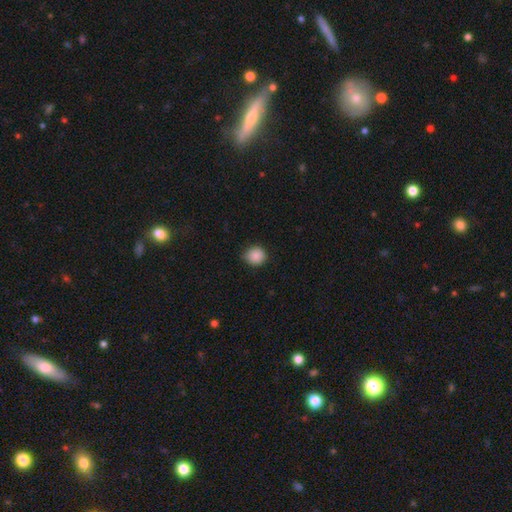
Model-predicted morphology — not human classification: Q: Smooth or featured?
A: smooth (87%); runner-up: star or artifact (9%)
Q: How rounded?
A: round (88%); runner-up: in between (11%)
Q: Merging?
A: none (81%); runner-up: minor disturbance (16%)